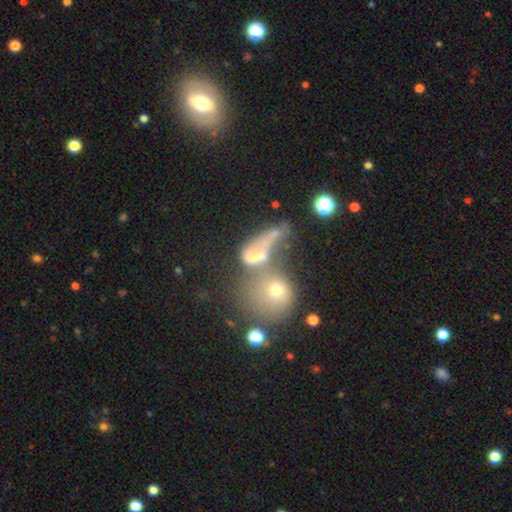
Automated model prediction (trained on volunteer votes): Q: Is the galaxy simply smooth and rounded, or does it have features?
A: smooth — 51%.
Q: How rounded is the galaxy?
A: in between — 53%.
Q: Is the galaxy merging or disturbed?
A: merger — 58%.